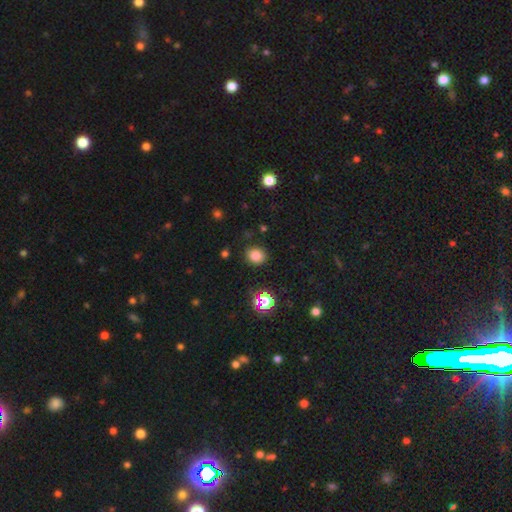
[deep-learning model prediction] Smooth or featured?
  - smooth: 79% *
  - star or artifact: 16%
  - featured or disk: 5%
How rounded?
  - round: 73% *
  - in between: 26%
  - cigar-shaped: 1%
Merging?
  - none: 86% *
  - minor disturbance: 9%
  - major disturbance: 3%
  - merger: 2%